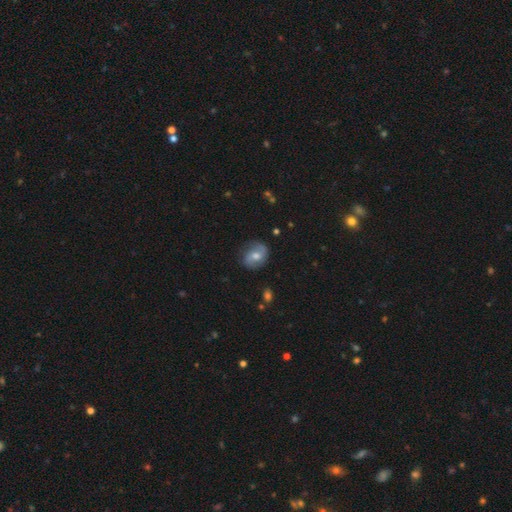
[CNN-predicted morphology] Overall: featured or disk (54%; smooth 39%). Edge-on disk: no (96%). Bar: no (45%; weak 42%). Spiral arms: yes (81%). Bulge size: moderate (67%). Merging: none (75%).